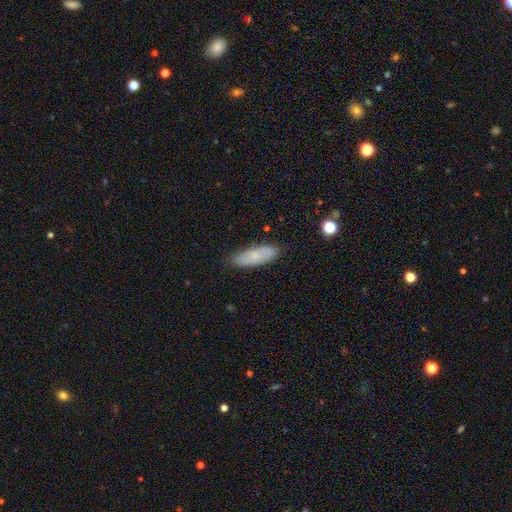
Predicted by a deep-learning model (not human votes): This is likely a smooth galaxy (73%). How rounded: possibly in between (59%). Merging: clearly none (82%).